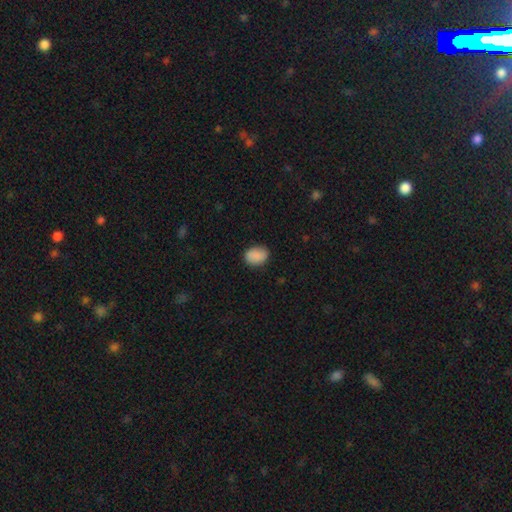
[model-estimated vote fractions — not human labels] Q: Smooth or featured?
A: smooth (87%); runner-up: star or artifact (7%)
Q: How rounded?
A: in between (66%); runner-up: round (33%)
Q: Merging?
A: none (84%); runner-up: minor disturbance (12%)